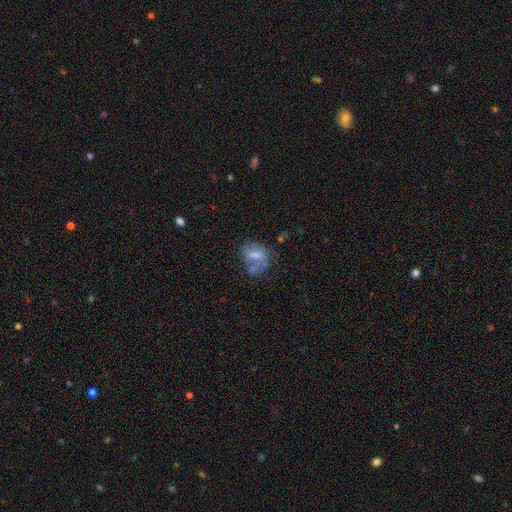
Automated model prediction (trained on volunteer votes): Smooth or featured: smooth — 47% (featured or disk — 43%)
Merging: none — 36% (minor disturbance — 24%)